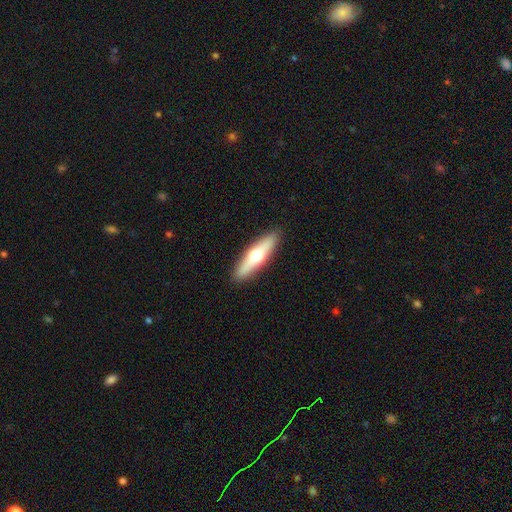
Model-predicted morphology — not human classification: Smooth or featured? smooth (52%)
How rounded? cigar-shaped (72%)
Merging? none (90%)